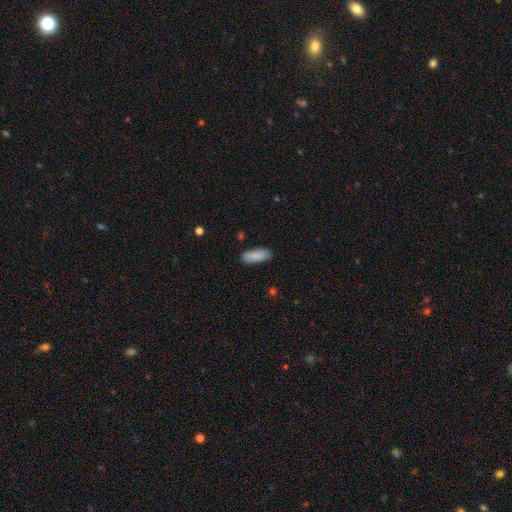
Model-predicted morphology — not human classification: Smooth or featured? Predicted: smooth (p=0.88). How rounded? Predicted: in between (p=0.81). Merging? Predicted: none (p=0.86).